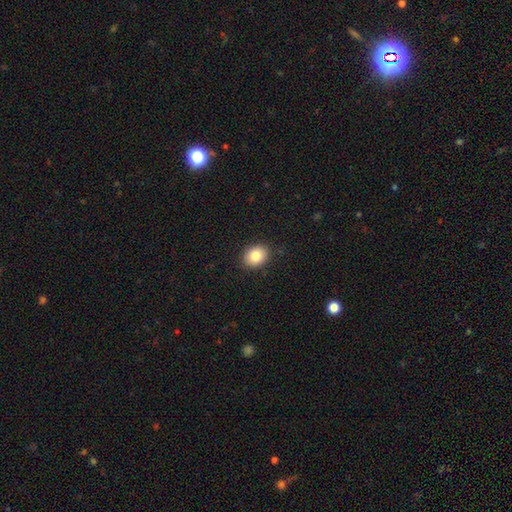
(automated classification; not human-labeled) This is clearly a smooth galaxy (84%). How rounded: possibly round (53%). Merging: clearly none (89%).